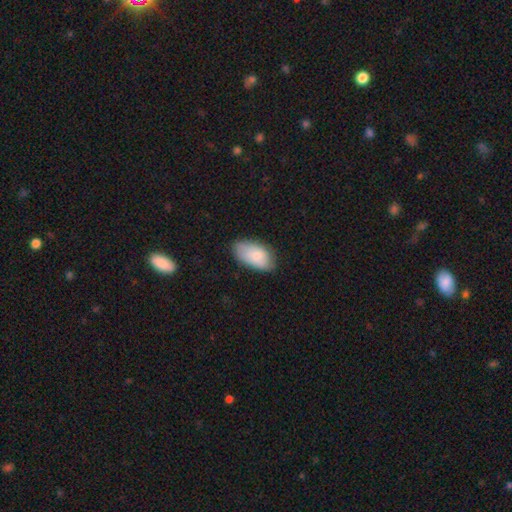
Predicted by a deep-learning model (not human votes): A smooth galaxy with no disk features (76%) that is in between round and cigar-shaped (94%).

Vote fractions:
- Smooth or featured? smooth: 76% / featured or disk: 17% / star or artifact: 6%
- How rounded? in between: 94% / round: 4% / cigar-shaped: 2%
- Merging? none: 72% / minor disturbance: 23% / major disturbance: 4% / merger: 1%